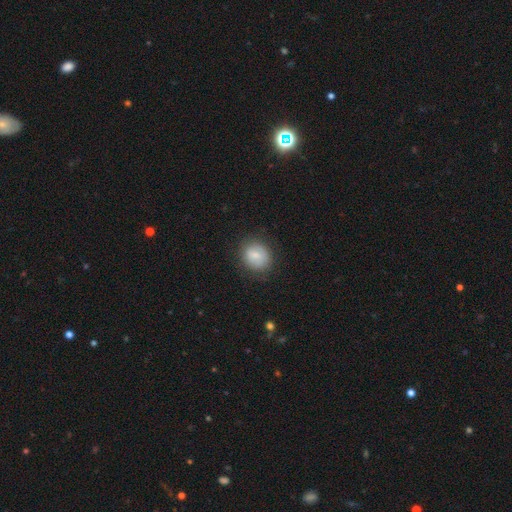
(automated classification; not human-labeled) Q: Smooth or featured?
A: smooth (78%); runner-up: featured or disk (14%)
Q: How rounded?
A: round (71%); runner-up: in between (28%)
Q: Merging?
A: none (80%); runner-up: minor disturbance (14%)